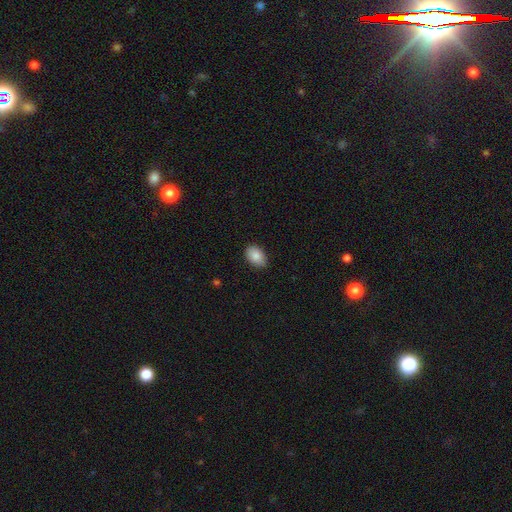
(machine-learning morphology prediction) A smooth galaxy with no disk features (87%) that is in between round and cigar-shaped (87%).

Vote fractions:
- Smooth or featured? smooth: 87% / star or artifact: 7% / featured or disk: 6%
- How rounded? in between: 87% / round: 12% / cigar-shaped: 1%
- Merging? none: 83% / minor disturbance: 14% / major disturbance: 2% / merger: 1%